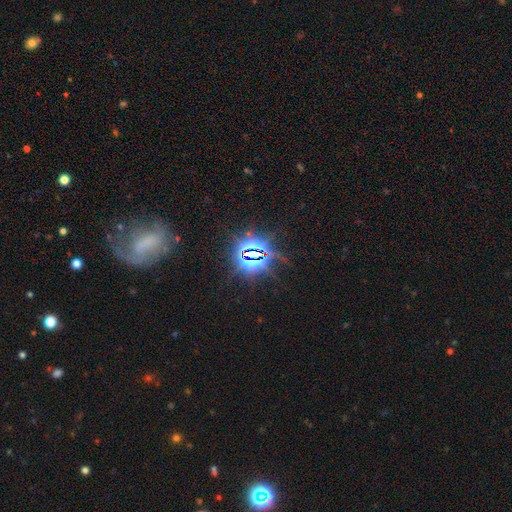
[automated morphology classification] Smooth or featured?
  - star or artifact: 85% *
  - smooth: 8%
  - featured or disk: 7%